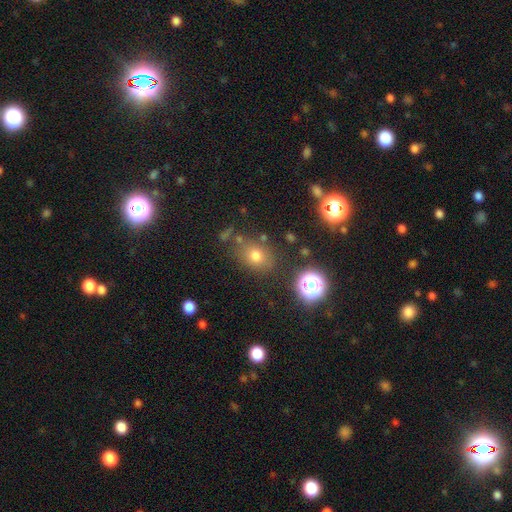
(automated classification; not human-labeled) Smooth or featured? Predicted: smooth (p=0.71). How rounded? Predicted: round (p=0.52). Merging? Predicted: none (p=0.76).